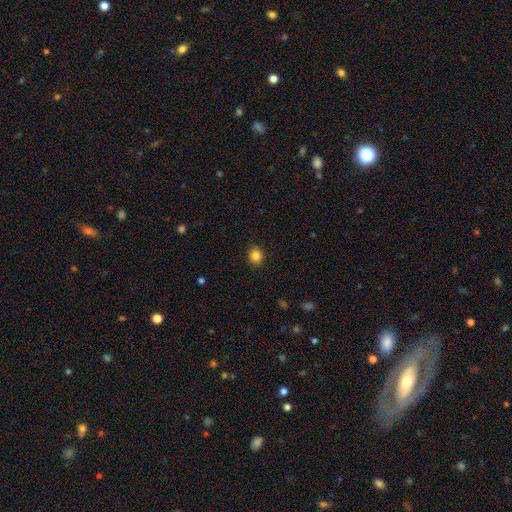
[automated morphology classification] type=smooth (85%); roundness=round (78%); merging=none (91%).